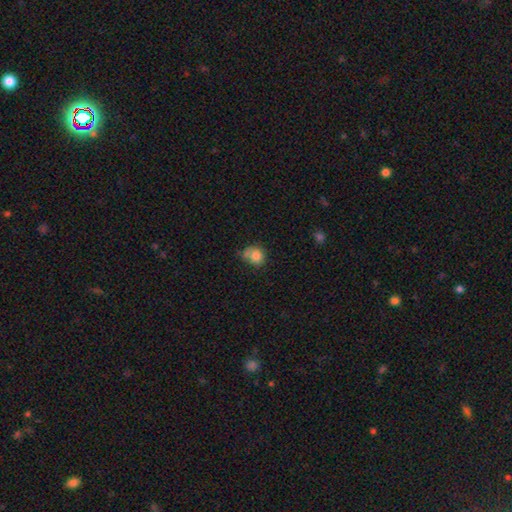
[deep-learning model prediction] Morphology: type=smooth (81%); roundness=round (73%); merging=none (49%).